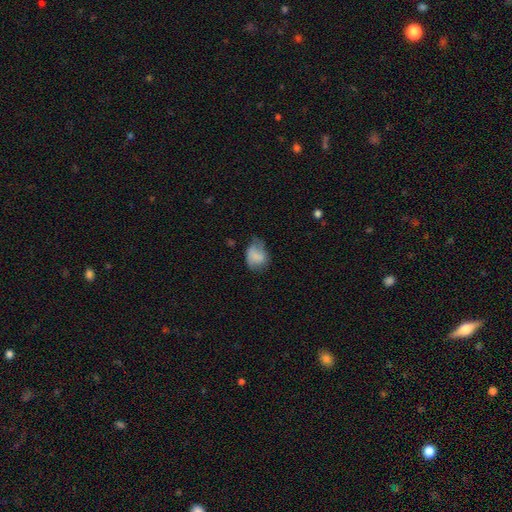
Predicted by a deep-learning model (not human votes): Smooth or featured: smooth — 69% (featured or disk — 22%)
How rounded: in between — 63% (round — 36%)
Merging: none — 39% (minor disturbance — 37%)